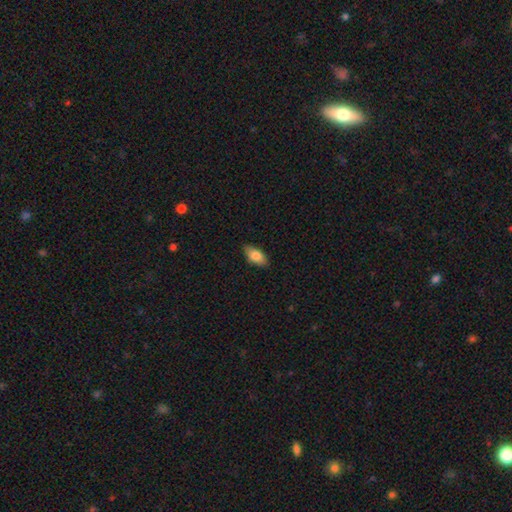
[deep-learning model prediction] A smooth galaxy with no disk features (82%) that is in between round and cigar-shaped (89%).

Vote fractions:
- Smooth or featured? smooth: 82% / featured or disk: 11% / star or artifact: 7%
- How rounded? in between: 89% / cigar-shaped: 8% / round: 3%
- Merging? none: 84% / minor disturbance: 13% / major disturbance: 2% / merger: 1%